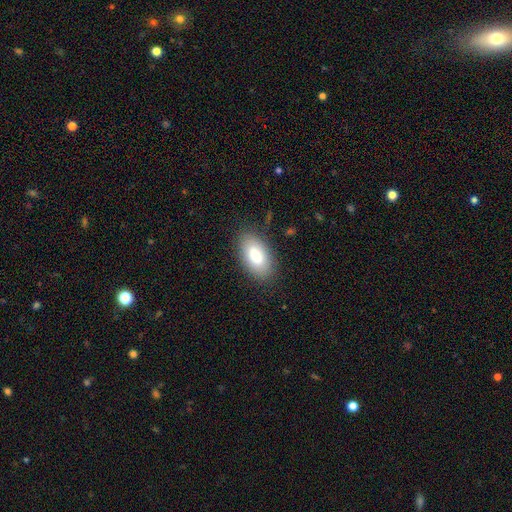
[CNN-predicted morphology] Smooth or featured: smooth — 83% (featured or disk — 11%)
How rounded: in between — 94% (cigar-shaped — 3%)
Merging: none — 84% (minor disturbance — 11%)